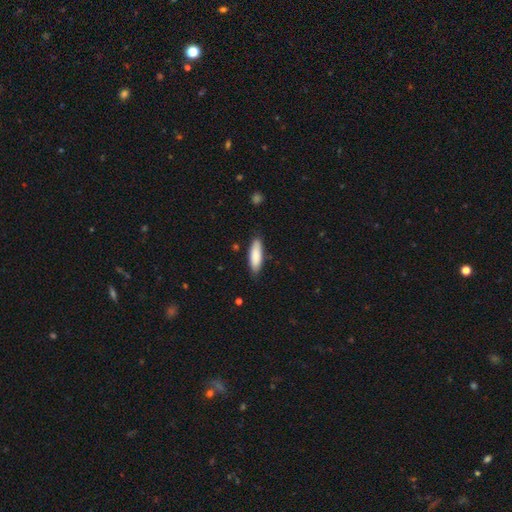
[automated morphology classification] smooth_or_featured: smooth (p=0.86) [alt: featured or disk p=0.09]
how_rounded: cigar-shaped (p=0.50) [alt: in between p=0.49]
merging: none (p=0.84) [alt: minor disturbance p=0.13]